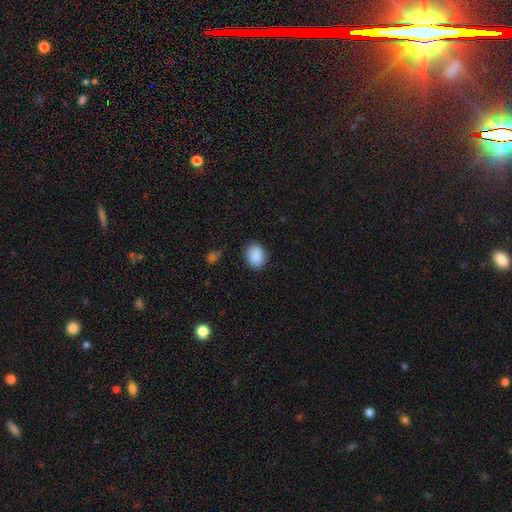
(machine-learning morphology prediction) Smooth or featured?
  - smooth: 90% *
  - star or artifact: 7%
  - featured or disk: 3%
How rounded?
  - in between: 60% *
  - round: 40%
  - cigar-shaped: 1%
Merging?
  - none: 87% *
  - minor disturbance: 9%
  - major disturbance: 3%
  - merger: 1%